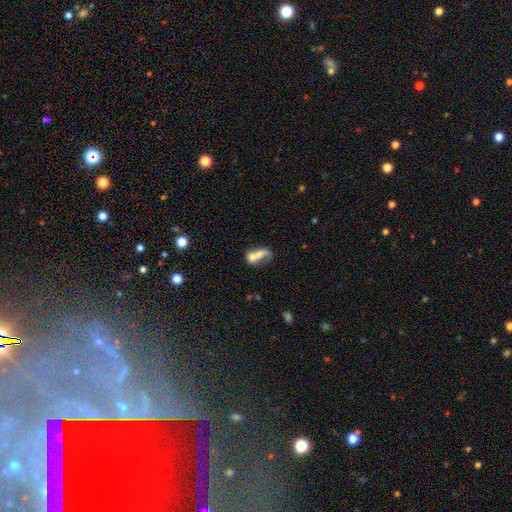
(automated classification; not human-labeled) This is possibly a smooth galaxy (60%). How rounded: likely in between (66%). Merging: possibly merger (48%).